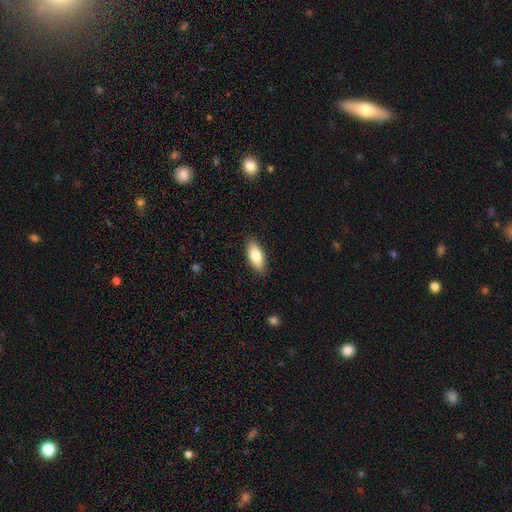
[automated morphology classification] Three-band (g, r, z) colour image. It shows a smooth galaxy with no disk features (81%) that is in between round and cigar-shaped (83%). Merging: none (87%).